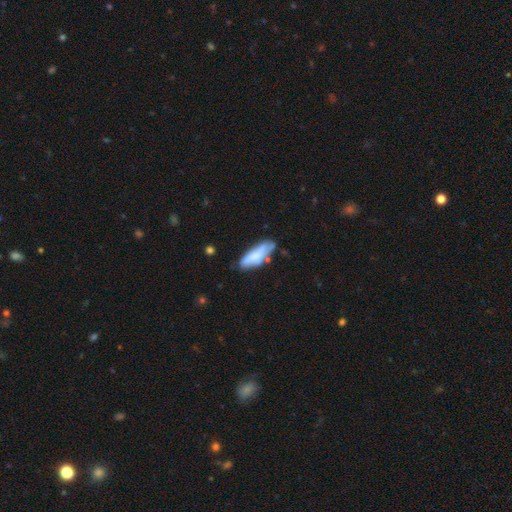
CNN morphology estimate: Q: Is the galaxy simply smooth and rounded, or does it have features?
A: smooth — 69%.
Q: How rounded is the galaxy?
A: in between — 55%.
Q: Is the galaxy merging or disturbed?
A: none — 56%.